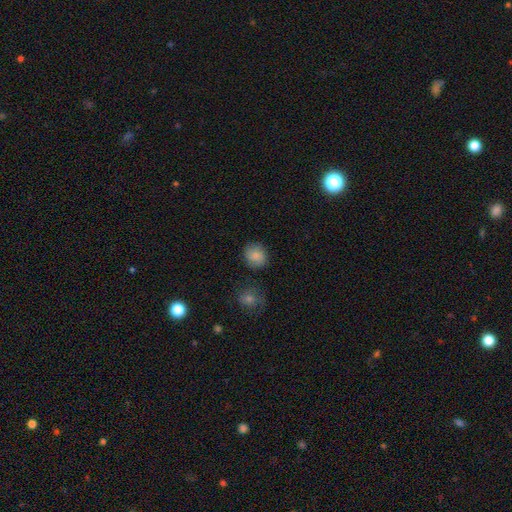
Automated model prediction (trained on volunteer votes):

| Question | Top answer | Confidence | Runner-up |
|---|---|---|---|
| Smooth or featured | smooth | 83% | featured or disk (9%) |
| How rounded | round | 79% | in between (20%) |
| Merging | none | 80% | minor disturbance (13%) |